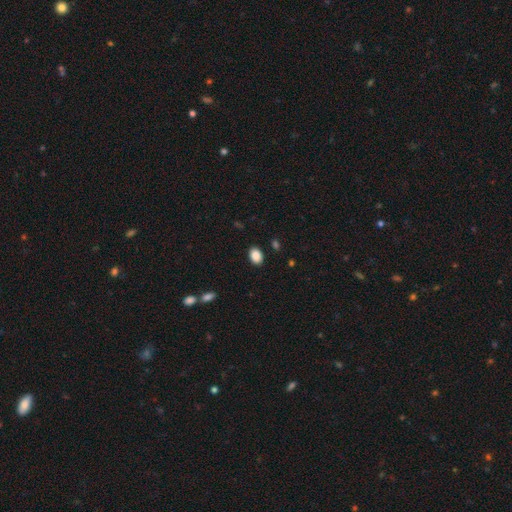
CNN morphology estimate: Smooth or featured? smooth (88%)
How rounded? in between (77%)
Merging? none (89%)